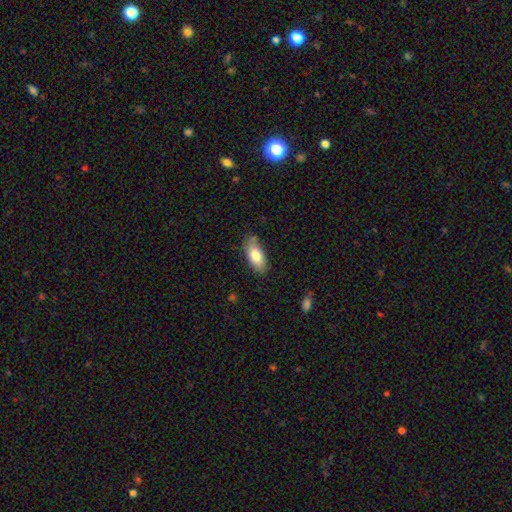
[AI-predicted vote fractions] This appears to be a smooth galaxy with no disk features (78%) that is in between round and cigar-shaped (87%). Merging: none (76%).